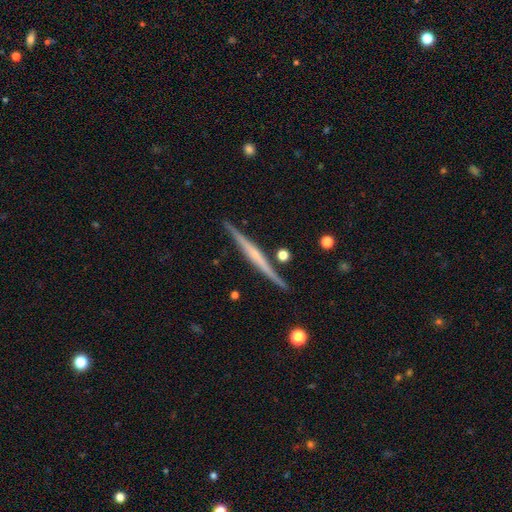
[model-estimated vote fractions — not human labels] The model was most divided on "edge-on bulge": none: 48%, rounded: 39%, boxy: 13%. More confident: edge-on disk — yes (98%); merging — none (89%); smooth or featured — featured or disk (74%).